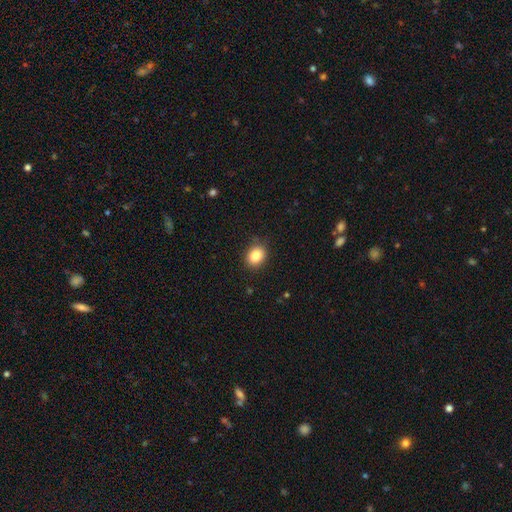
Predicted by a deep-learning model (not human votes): Overall: smooth (85%). How rounded: round (56%; in between 43%). Merging: none (86%).